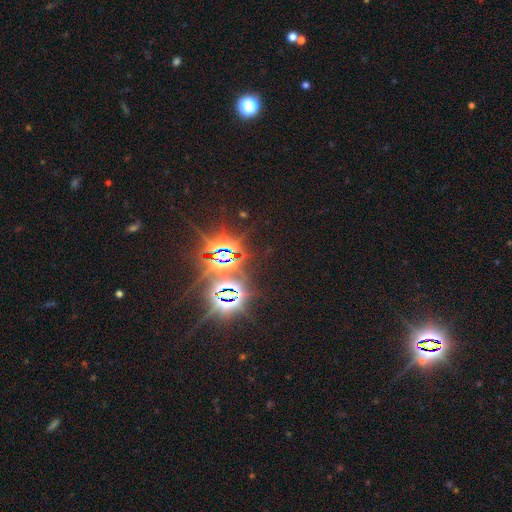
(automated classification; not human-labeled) smooth_or_featured: star or artifact (p=0.84) [alt: smooth p=0.09]